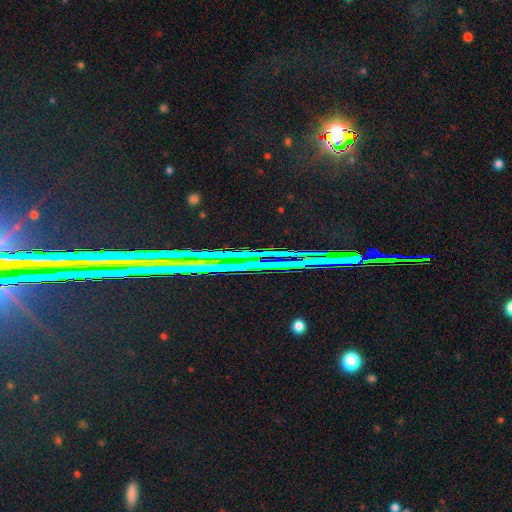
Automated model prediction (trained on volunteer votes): Smooth or featured? Predicted: star or artifact (p=0.82).